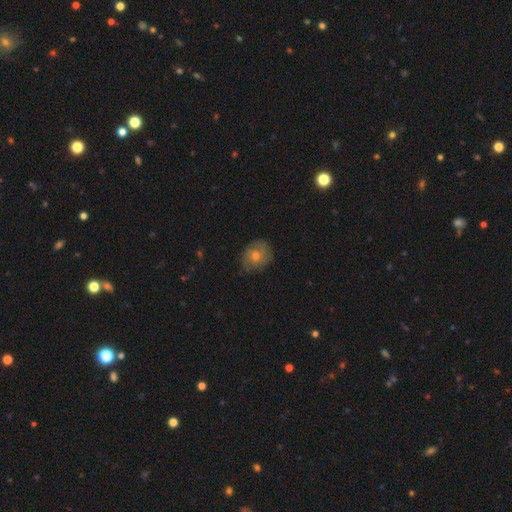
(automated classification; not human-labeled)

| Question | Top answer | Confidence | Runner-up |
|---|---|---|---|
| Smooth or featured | smooth | 49% | featured or disk (38%) |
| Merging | none | 75% | minor disturbance (20%) |